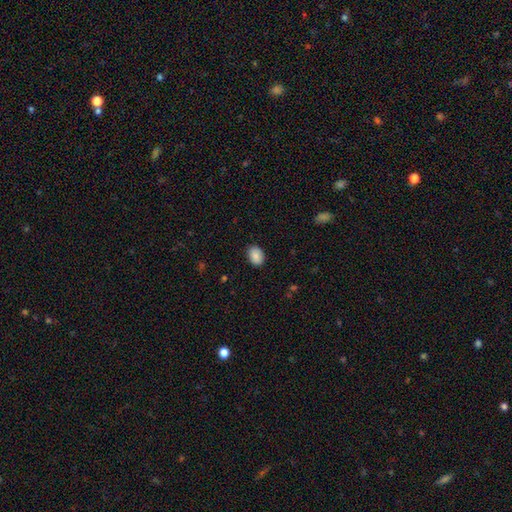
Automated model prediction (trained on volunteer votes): Q: Smooth or featured?
A: smooth (88%); runner-up: star or artifact (7%)
Q: How rounded?
A: in between (77%); runner-up: round (22%)
Q: Merging?
A: none (88%); runner-up: minor disturbance (9%)